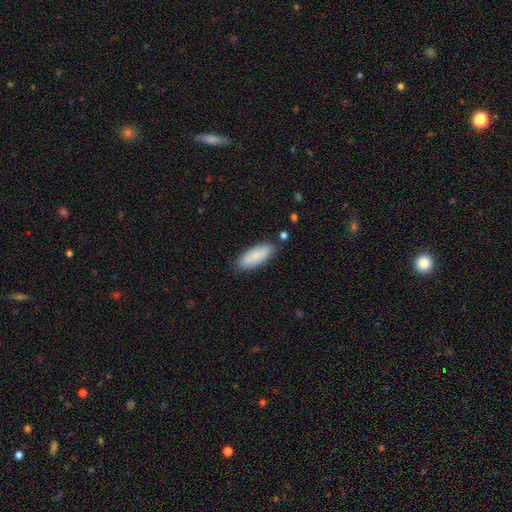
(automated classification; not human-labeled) The model was most divided on "how rounded": in between: 73%, cigar-shaped: 25%, round: 2%. More confident: merging — none (84%); smooth or featured — smooth (82%).